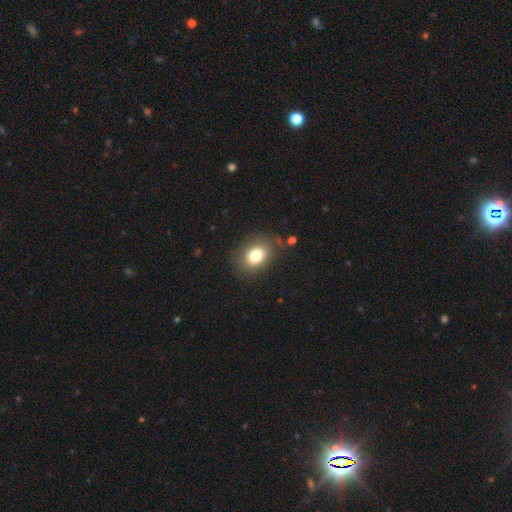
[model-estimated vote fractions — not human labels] smooth_or_featured: smooth (p=0.80) [alt: featured or disk p=0.10]
how_rounded: in between (p=0.66) [alt: round p=0.33]
merging: none (p=0.80) [alt: minor disturbance p=0.13]